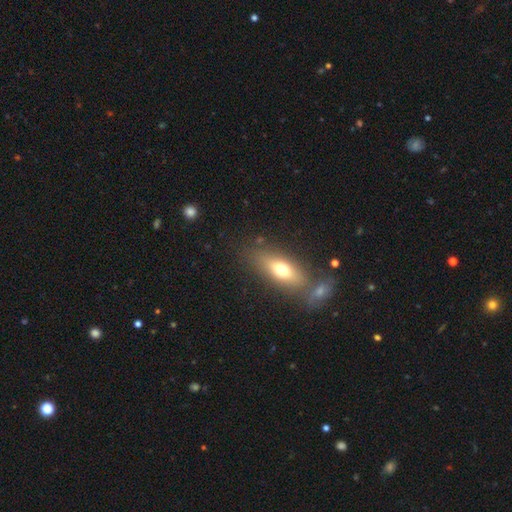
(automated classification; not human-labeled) A smooth galaxy with no disk features (54%) that is in between round and cigar-shaped (68%).

Vote fractions:
- Smooth or featured? smooth: 54% / featured or disk: 33% / star or artifact: 13%
- How rounded? in between: 68% / cigar-shaped: 26% / round: 6%
- Merging? none: 62% / merger: 20% / minor disturbance: 13% / major disturbance: 5%